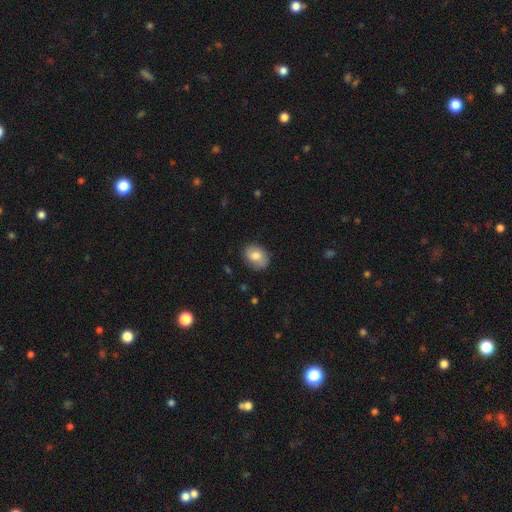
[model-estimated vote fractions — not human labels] A smooth galaxy with no disk features (78%) that is in between round and cigar-shaped (67%).

Vote fractions:
- Smooth or featured? smooth: 78% / featured or disk: 15% / star or artifact: 7%
- How rounded? in between: 67% / round: 32% / cigar-shaped: 1%
- Merging? none: 78% / minor disturbance: 17% / major disturbance: 4% / merger: 1%